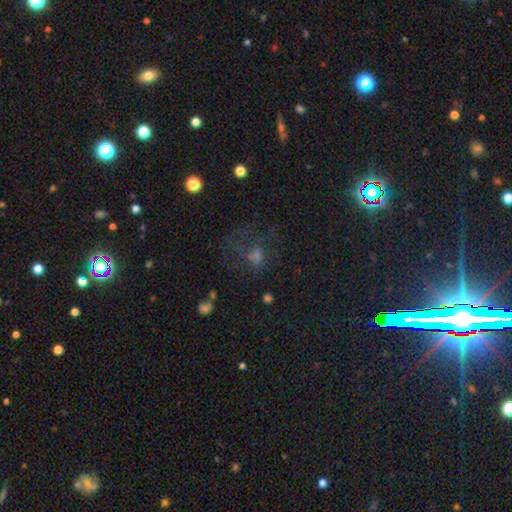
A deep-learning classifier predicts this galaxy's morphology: Smooth or featured: smooth — 39% (star or artifact — 37%)
Merging: none — 46% (major disturbance — 30%)